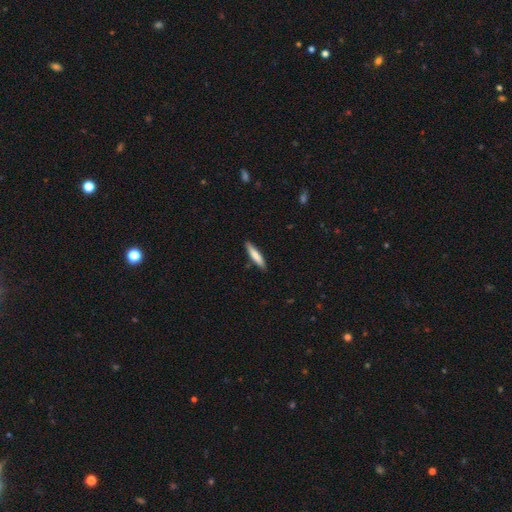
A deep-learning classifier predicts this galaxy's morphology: This appears to be a smooth galaxy with no disk features (76%) that is cigar-shaped (87%). Merging: none (89%).